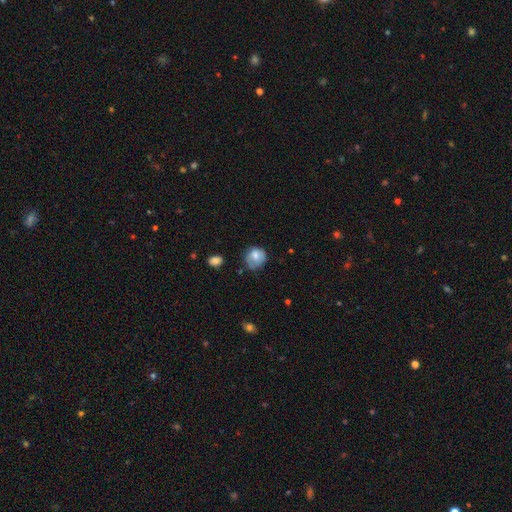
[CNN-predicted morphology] Smooth or featured? Predicted: smooth (p=0.69). How rounded? Predicted: round (p=0.74). Merging? Predicted: none (p=0.52).